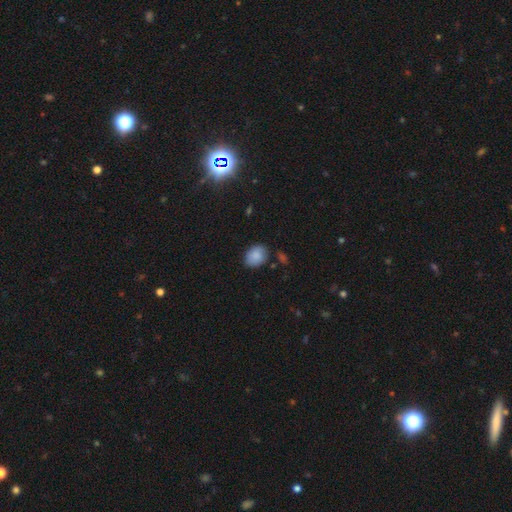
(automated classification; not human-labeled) Smooth or featured: smooth — 86% (star or artifact — 8%)
How rounded: in between — 71% (round — 28%)
Merging: none — 76% (minor disturbance — 17%)